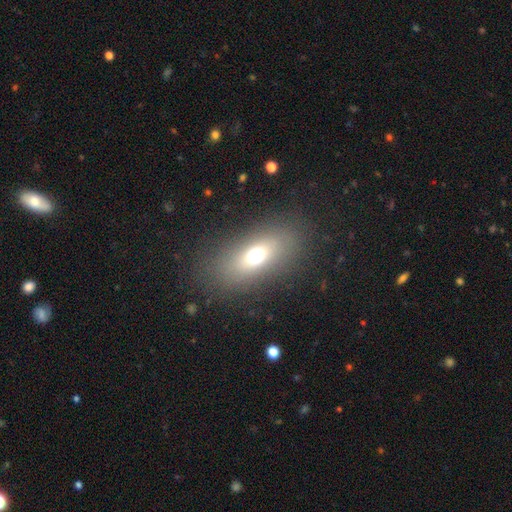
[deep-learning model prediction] Smooth or featured: smooth — 63% (featured or disk — 20%)
How rounded: in between — 76% (round — 16%)
Merging: none — 83% (minor disturbance — 9%)